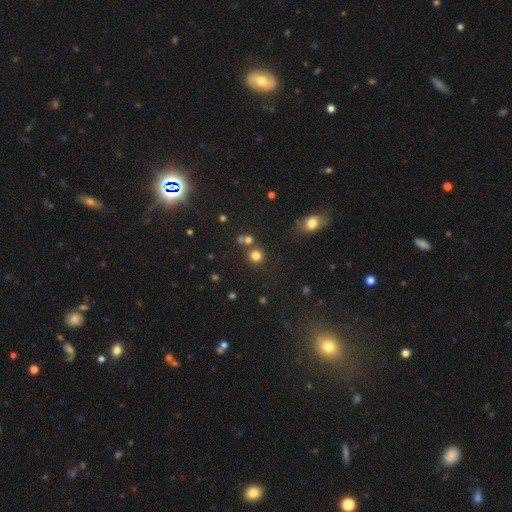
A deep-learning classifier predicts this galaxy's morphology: The model was most divided on "merging": none: 72%, merger: 17%, minor disturbance: 8%, major disturbance: 3%. More confident: how rounded — round (90%); smooth or featured — smooth (76%).